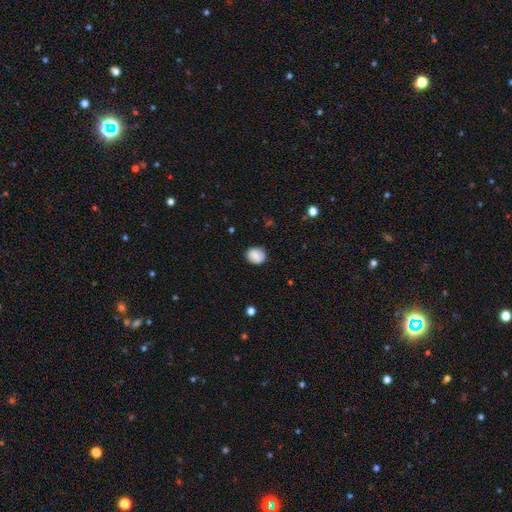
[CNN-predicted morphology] This is clearly a smooth galaxy (84%). How rounded: likely round (65%). Merging: clearly none (82%).